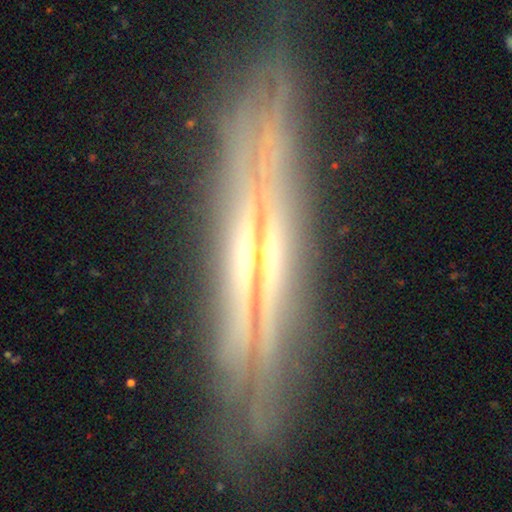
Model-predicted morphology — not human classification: smooth_or_featured: featured or disk (p=0.83) [alt: smooth p=0.09]
disk_edge_on: yes (p=0.93) [alt: no p=0.07]
edge_on_bulge: rounded (p=0.67) [alt: none p=0.21]
merging: none (p=0.84) [alt: minor disturbance p=0.11]